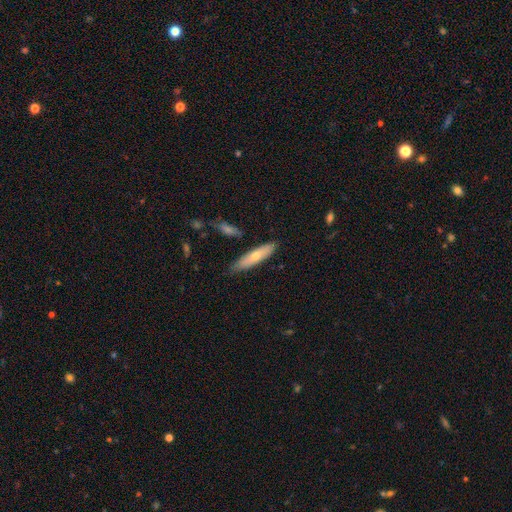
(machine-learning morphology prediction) The model was most divided on "smooth or featured": smooth: 59%, featured or disk: 34%, star or artifact: 6%. More confident: merging — none (81%); how rounded — cigar-shaped (72%).